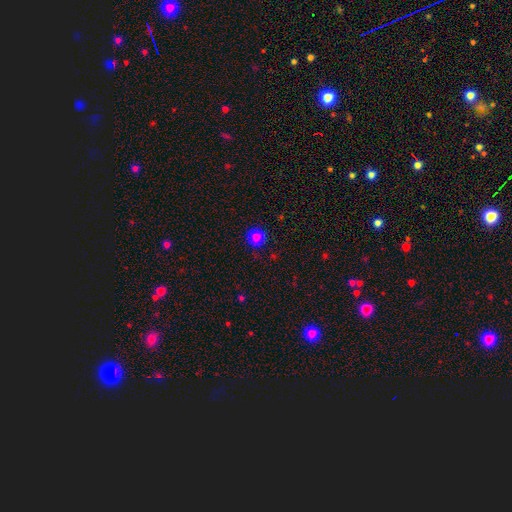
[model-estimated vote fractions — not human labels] smooth_or_featured: smooth (p=0.82) [alt: star or artifact p=0.13]
how_rounded: round (p=0.93) [alt: in between p=0.06]
merging: none (p=0.90) [alt: minor disturbance p=0.07]